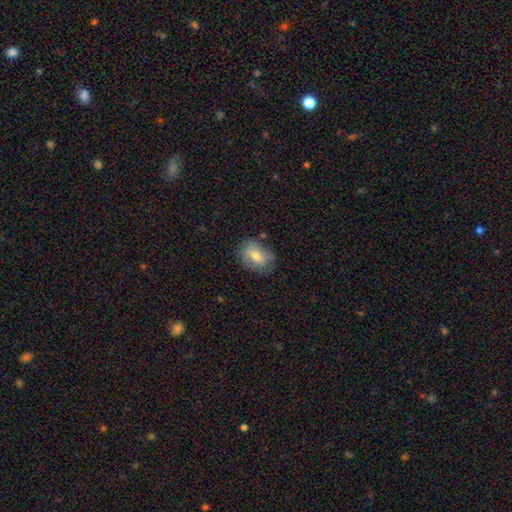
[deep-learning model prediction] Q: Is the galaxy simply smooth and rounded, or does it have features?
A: smooth — 60%.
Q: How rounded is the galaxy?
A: in between — 64%.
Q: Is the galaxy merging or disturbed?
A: none — 69%.